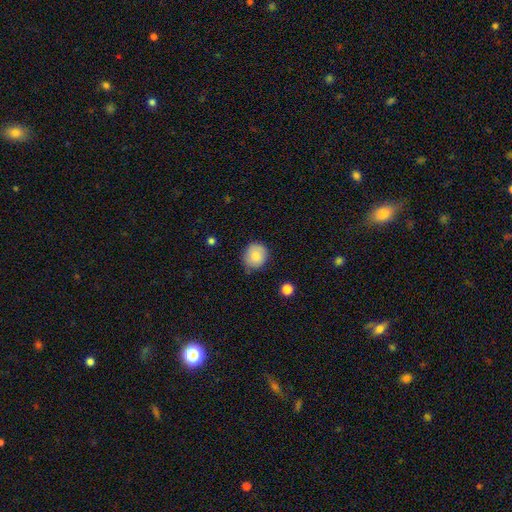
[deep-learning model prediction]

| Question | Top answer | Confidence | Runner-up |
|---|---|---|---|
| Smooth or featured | smooth | 81% | featured or disk (11%) |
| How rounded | round | 82% | in between (17%) |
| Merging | none | 76% | minor disturbance (19%) |